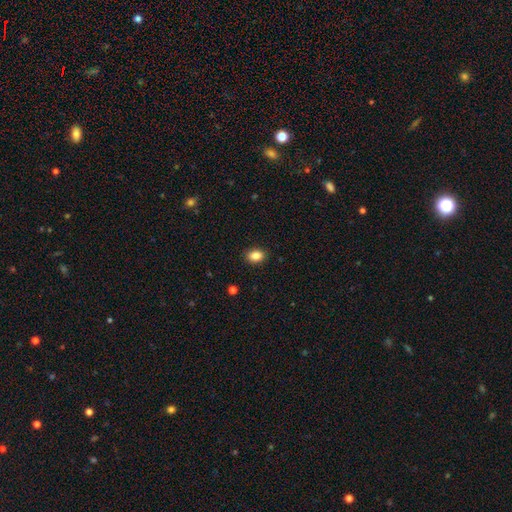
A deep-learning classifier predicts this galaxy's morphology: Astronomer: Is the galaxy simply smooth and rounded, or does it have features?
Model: smooth — 87%.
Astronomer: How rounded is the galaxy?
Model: in between — 75%.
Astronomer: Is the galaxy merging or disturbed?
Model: none — 90%.